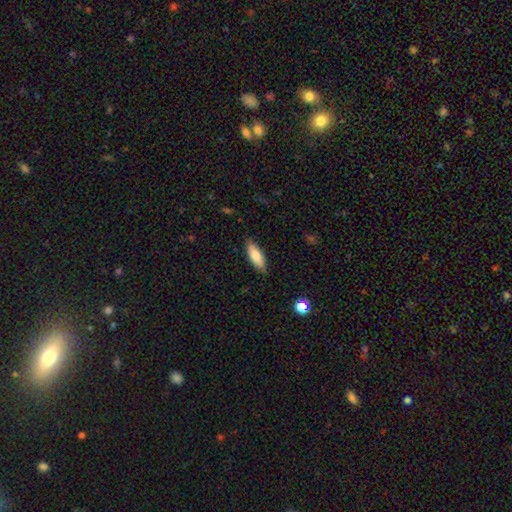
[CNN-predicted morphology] The model was most divided on "how rounded": in between: 67%, cigar-shaped: 31%, round: 2%. More confident: merging — none (84%); smooth or featured — smooth (77%).